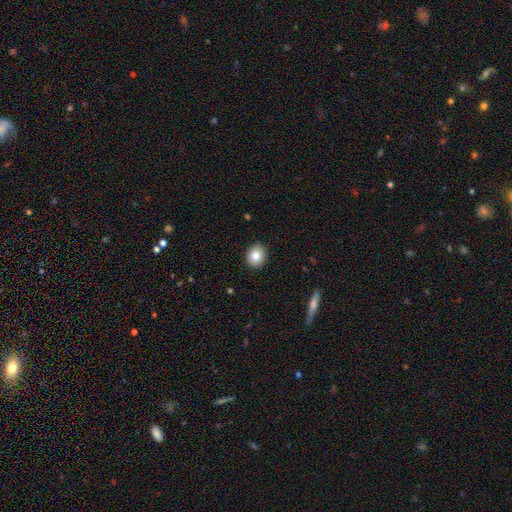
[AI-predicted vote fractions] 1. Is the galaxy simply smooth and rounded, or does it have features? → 81% smooth, 10% featured or disk, 9% star or artifact.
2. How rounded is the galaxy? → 76% round, 23% in between, 1% cigar-shaped.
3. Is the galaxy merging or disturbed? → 91% none, 6% minor disturbance, 2% major disturbance, 1% merger.